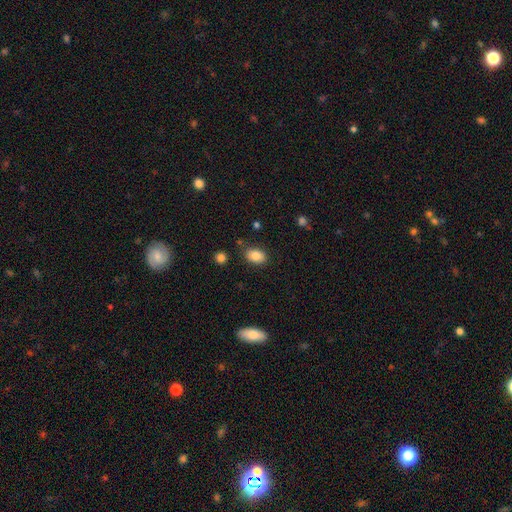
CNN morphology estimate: Smooth or featured? smooth (84%)
How rounded? in between (83%)
Merging? none (81%)